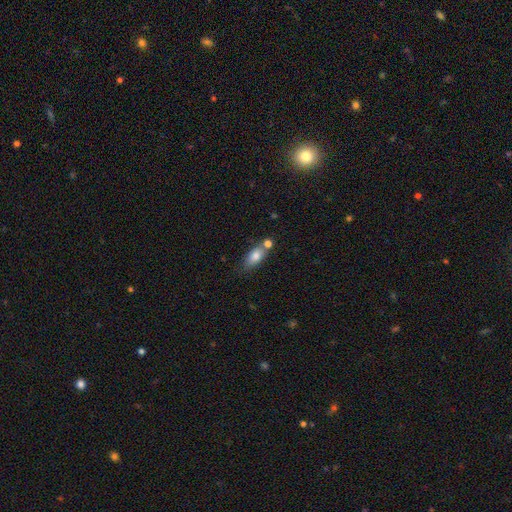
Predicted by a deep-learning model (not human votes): This is likely a smooth galaxy (78%). How rounded: clearly in between (81%). Merging: possibly none (54%).